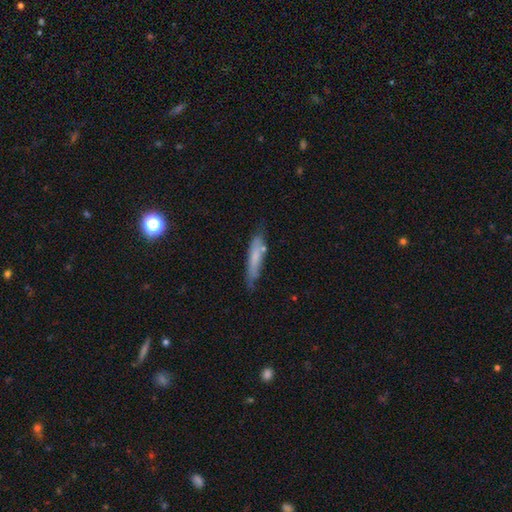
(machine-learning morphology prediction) Q: Smooth or featured?
A: smooth (64%); runner-up: featured or disk (29%)
Q: How rounded?
A: cigar-shaped (86%); runner-up: in between (13%)
Q: Merging?
A: none (70%); runner-up: minor disturbance (21%)